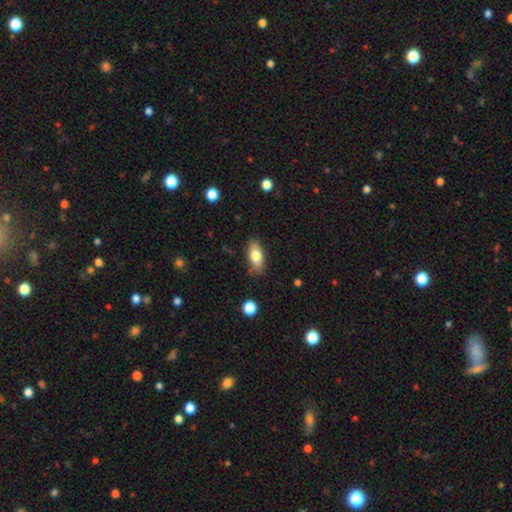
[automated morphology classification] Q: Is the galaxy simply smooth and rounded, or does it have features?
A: smooth — 76%.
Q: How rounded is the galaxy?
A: in between — 84%.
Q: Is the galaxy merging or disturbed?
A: none — 82%.